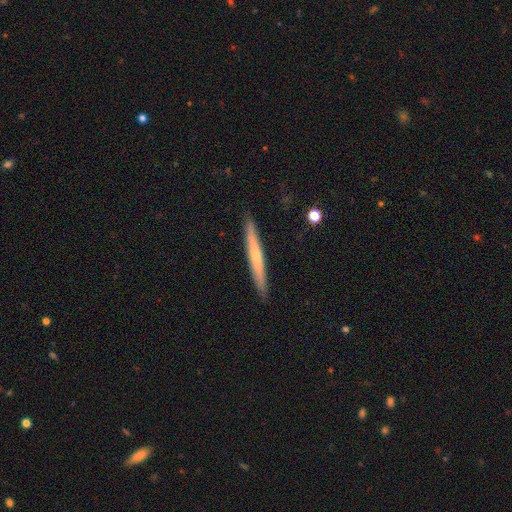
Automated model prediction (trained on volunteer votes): A featured or disk galaxy (50%) viewed edge-on (96%).

Vote fractions:
- Smooth or featured? featured or disk: 50% / smooth: 44% / star or artifact: 6%
- Edge-on disk? yes: 96% / no: 4%
- Merging? none: 91% / minor disturbance: 6% / major disturbance: 1% / merger: 1%